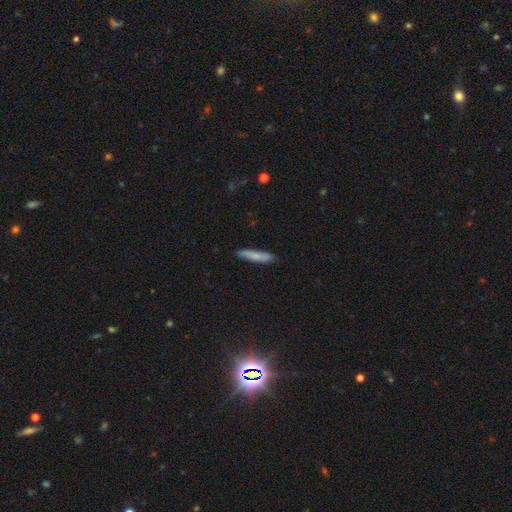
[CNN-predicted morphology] The model was most divided on "smooth or featured": smooth: 77%, featured or disk: 17%, star or artifact: 6%. More confident: how rounded — cigar-shaped (89%); merging — none (86%).